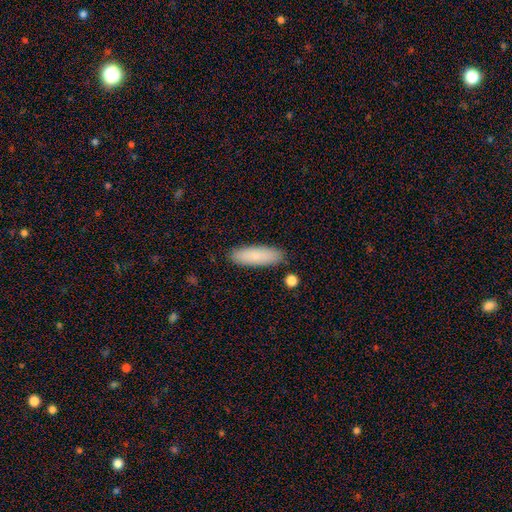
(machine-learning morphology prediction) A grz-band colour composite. It shows a smooth galaxy with no disk features (84%) that is cigar-shaped (52%). Merging: none (87%).